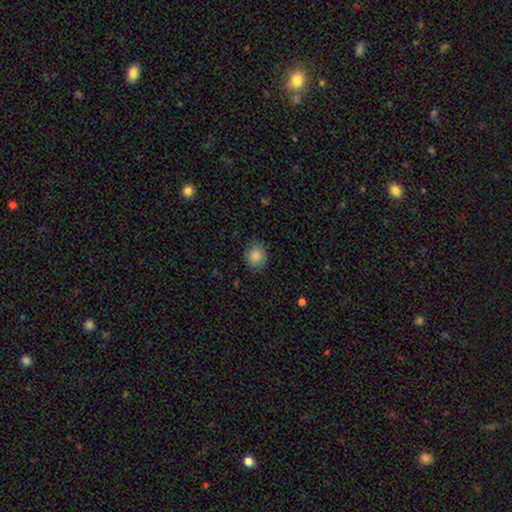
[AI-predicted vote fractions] smooth-or-featured: smooth: 88% | star or artifact: 8% | featured or disk: 4%
  how-rounded: round: 74% | in between: 25% | cigar-shaped: 1%
  merging: none: 80% | minor disturbance: 15% | major disturbance: 3% | merger: 1%